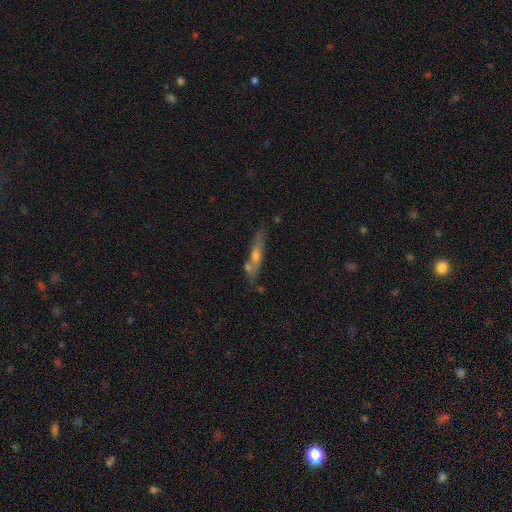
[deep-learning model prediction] This is possibly a featured or disk galaxy (52%). It is likely viewed edge-on (76%). Merging: likely none (64%).